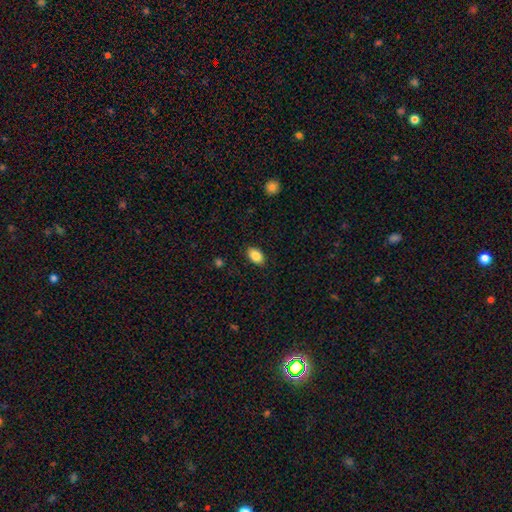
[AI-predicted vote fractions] A smooth galaxy with no disk features (86%) that is in between round and cigar-shaped (91%). Merging: none (88%).